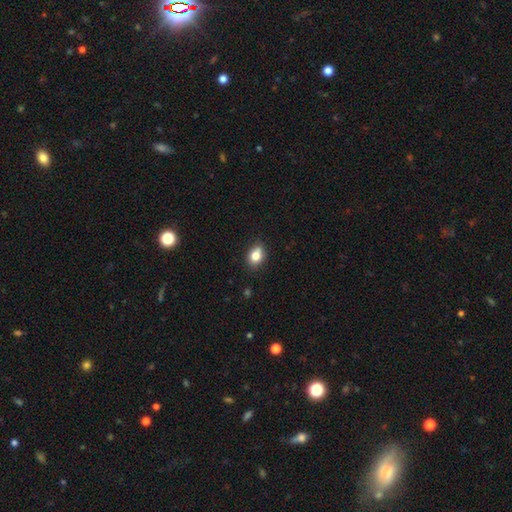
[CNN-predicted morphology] smooth_or_featured: smooth (p=0.80) [alt: featured or disk p=0.10]
how_rounded: in between (p=0.69) [alt: round p=0.30]
merging: none (p=0.78) [alt: minor disturbance p=0.17]